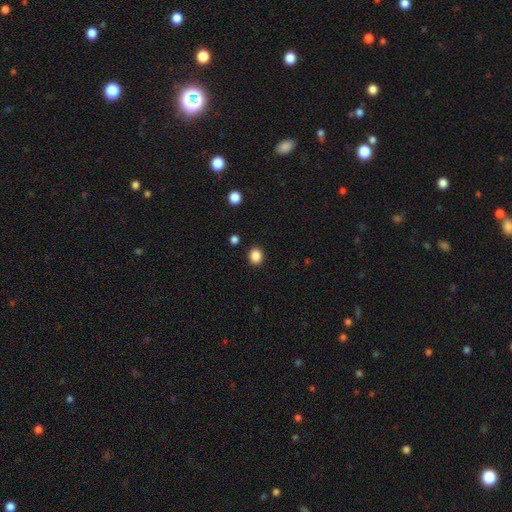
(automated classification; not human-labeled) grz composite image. It shows a smooth galaxy with no disk features (87%) that is round (78%). Merging: none (89%).